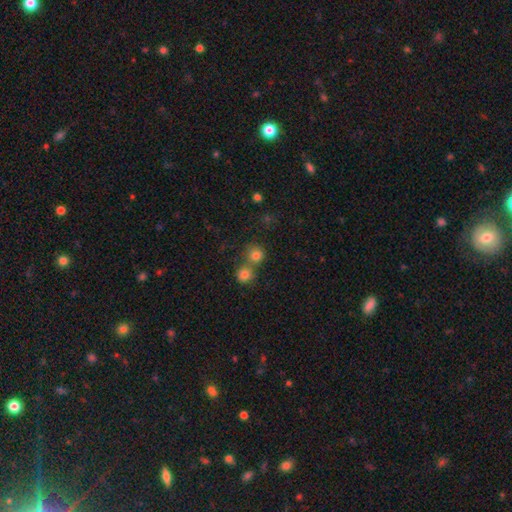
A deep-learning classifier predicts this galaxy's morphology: Smooth or featured: smooth — 79% (star or artifact — 14%)
How rounded: round — 89% (in between — 10%)
Merging: none — 51% (merger — 41%)